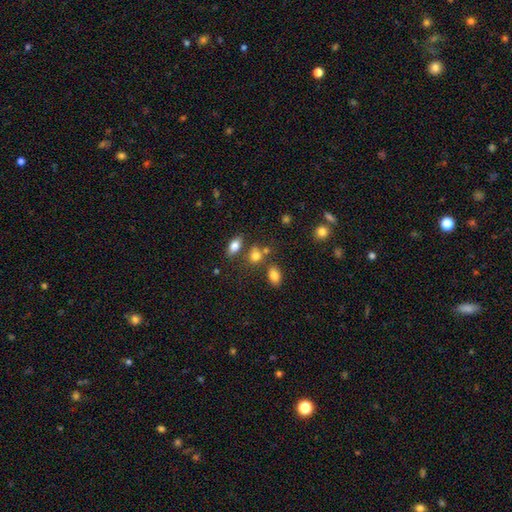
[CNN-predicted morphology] This appears to be a smooth galaxy with no disk features (78%) that is in between round and cigar-shaped (65%). Merging: none (58%).